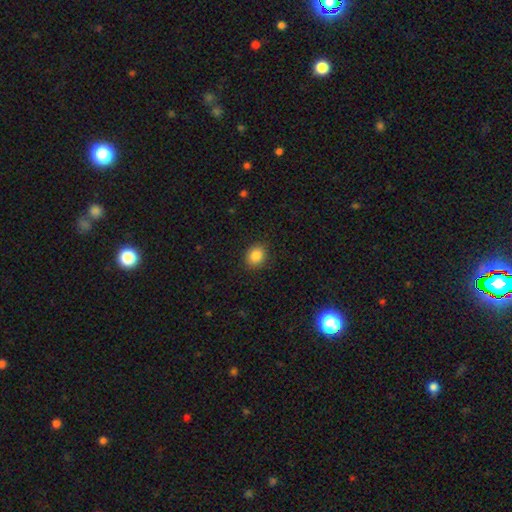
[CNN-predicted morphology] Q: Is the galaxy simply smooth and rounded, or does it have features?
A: smooth — 86%.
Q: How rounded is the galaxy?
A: round — 60%.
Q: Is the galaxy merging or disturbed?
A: none — 89%.